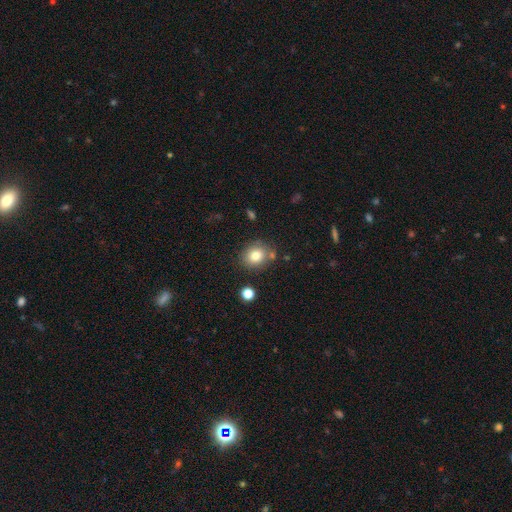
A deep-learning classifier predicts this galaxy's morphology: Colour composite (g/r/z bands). It shows a smooth galaxy with no disk features (79%) that is round (72%). Merging: none (76%).